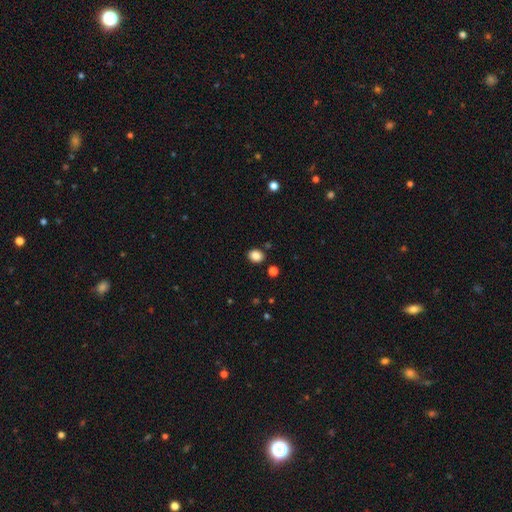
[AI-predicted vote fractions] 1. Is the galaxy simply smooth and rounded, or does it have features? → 86% smooth, 10% star or artifact, 4% featured or disk.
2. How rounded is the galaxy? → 54% round, 45% in between, 1% cigar-shaped.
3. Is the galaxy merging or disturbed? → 85% none, 9% minor disturbance, 4% merger, 2% major disturbance.